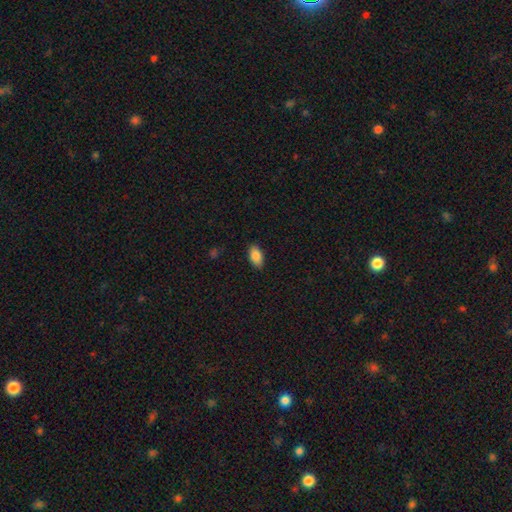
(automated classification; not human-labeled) This is clearly a smooth galaxy (87%). How rounded: clearly in between (93%). Merging: clearly none (88%).